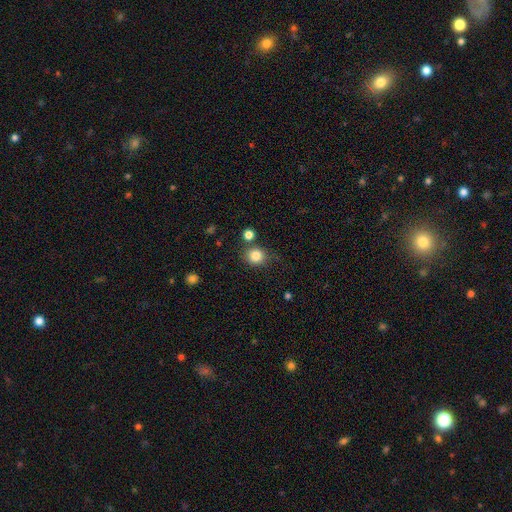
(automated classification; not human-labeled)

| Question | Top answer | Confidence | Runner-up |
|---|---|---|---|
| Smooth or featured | smooth | 83% | star or artifact (11%) |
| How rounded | round | 84% | in between (15%) |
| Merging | none | 75% | minor disturbance (12%) |